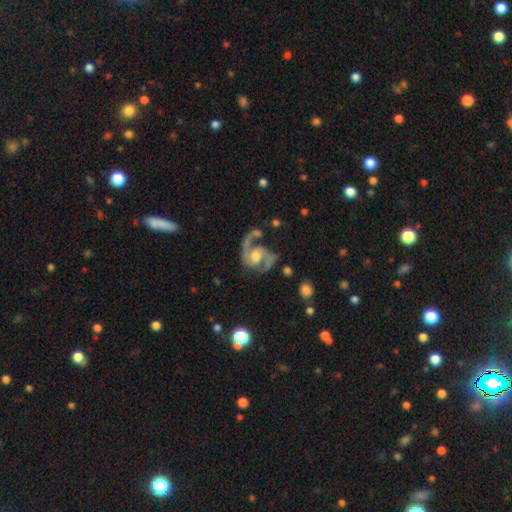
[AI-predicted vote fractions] Q: Smooth or featured?
A: featured or disk (89%); runner-up: smooth (6%)
Q: Edge-on disk?
A: no (98%); runner-up: yes (2%)
Q: Bar?
A: weak (44%); runner-up: no (42%)
Q: Spiral arms?
A: yes (96%); runner-up: no (4%)
Q: Spiral winding?
A: medium (57%); runner-up: loose (26%)
Q: Spiral arm count?
A: 2 (85%); runner-up: 1 (8%)
Q: Bulge size?
A: moderate (60%); runner-up: small (20%)
Q: Merging?
A: none (55%); runner-up: major disturbance (20%)